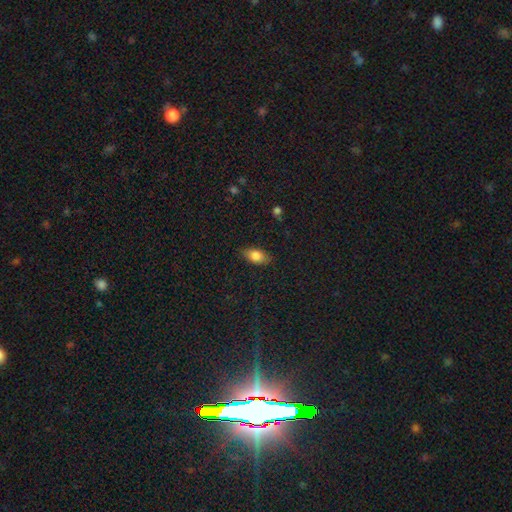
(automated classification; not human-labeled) A smooth galaxy with no disk features (81%) that is in between round and cigar-shaped (88%). Merging: none (84%).